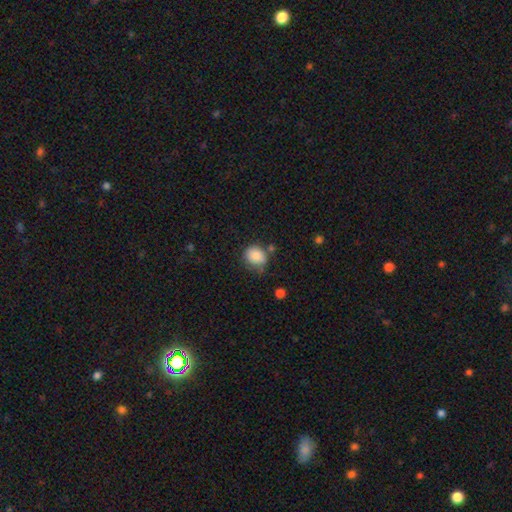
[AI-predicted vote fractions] Smooth or featured? Predicted: smooth (p=0.83). How rounded? Predicted: round (p=0.71). Merging? Predicted: none (p=0.62).